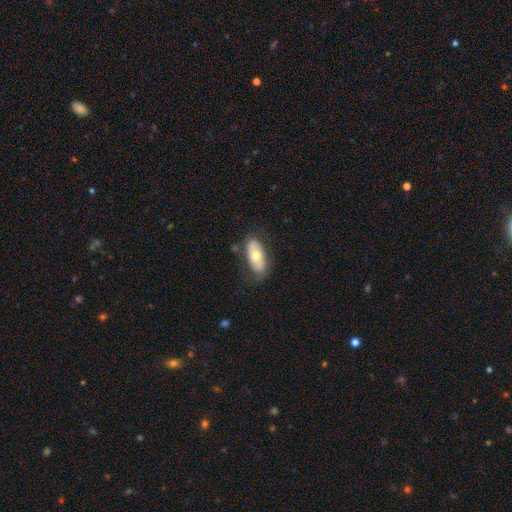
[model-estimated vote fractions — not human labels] Overall: smooth (60%; featured or disk 34%). How rounded: in between (89%). Merging: none (75%).